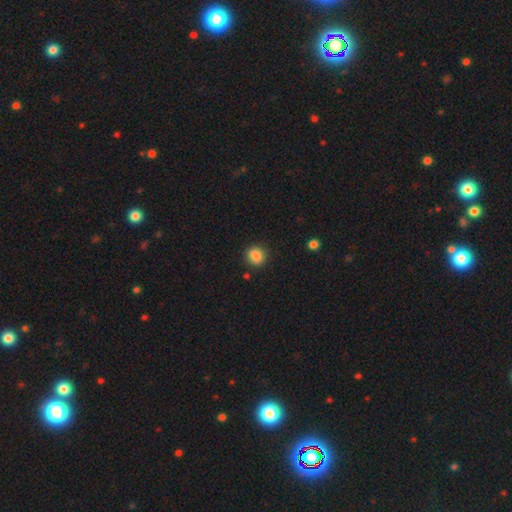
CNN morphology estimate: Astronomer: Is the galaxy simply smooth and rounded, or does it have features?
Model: smooth — 86%.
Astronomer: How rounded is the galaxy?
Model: round — 81%.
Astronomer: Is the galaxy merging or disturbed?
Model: none — 86%.